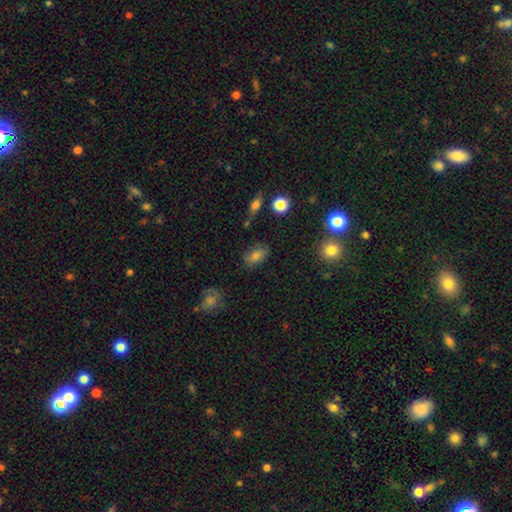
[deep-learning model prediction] Smooth or featured?
  - smooth: 75% *
  - featured or disk: 12%
  - star or artifact: 12%
How rounded?
  - in between: 86% *
  - round: 11%
  - cigar-shaped: 3%
Merging?
  - none: 77% *
  - minor disturbance: 15%
  - major disturbance: 4%
  - merger: 3%